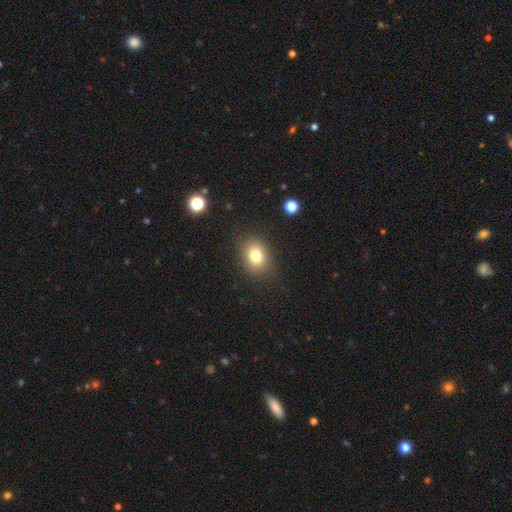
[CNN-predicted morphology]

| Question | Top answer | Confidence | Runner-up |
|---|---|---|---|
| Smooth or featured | smooth | 78% | star or artifact (12%) |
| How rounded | round | 50% | in between (49%) |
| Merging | none | 83% | minor disturbance (11%) |